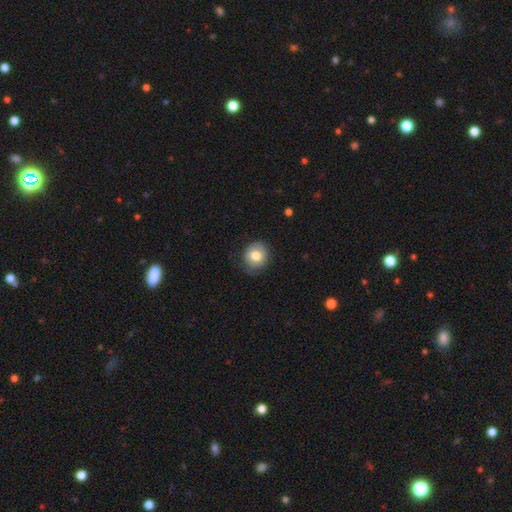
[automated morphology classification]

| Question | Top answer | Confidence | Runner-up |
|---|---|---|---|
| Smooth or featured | smooth | 73% | featured or disk (19%) |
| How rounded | round | 82% | in between (17%) |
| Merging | none | 75% | minor disturbance (19%) |